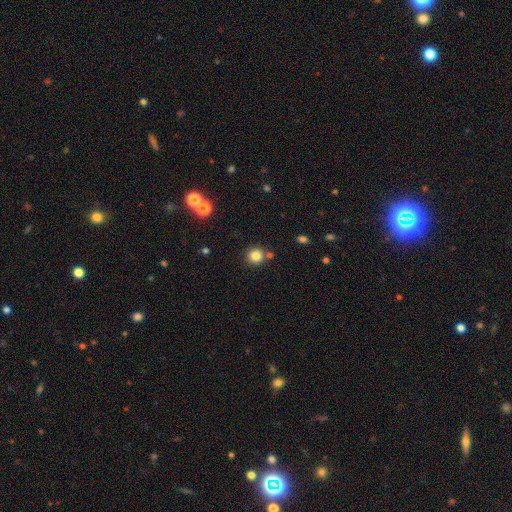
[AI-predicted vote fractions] smooth-or-featured: smooth: 82% | star or artifact: 12% | featured or disk: 6%
  how-rounded: round: 93% | in between: 6% | cigar-shaped: 1%
  merging: none: 82% | merger: 9% | minor disturbance: 7% | major disturbance: 2%